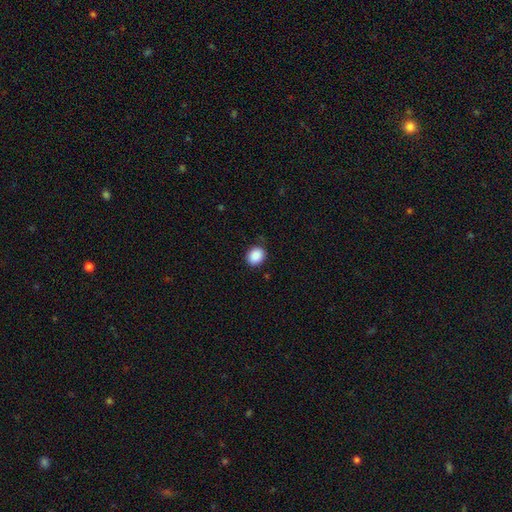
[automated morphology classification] A smooth galaxy with no disk features (89%) that is round (54%). Merging: none (84%).